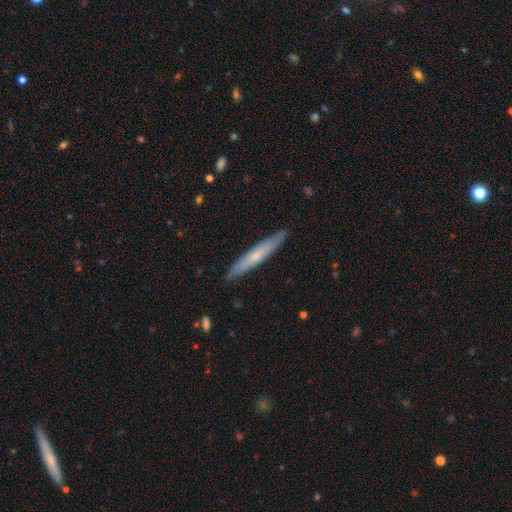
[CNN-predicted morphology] This appears to be a smooth galaxy with no disk features (51%) that is cigar-shaped (94%). Merging: none (89%).